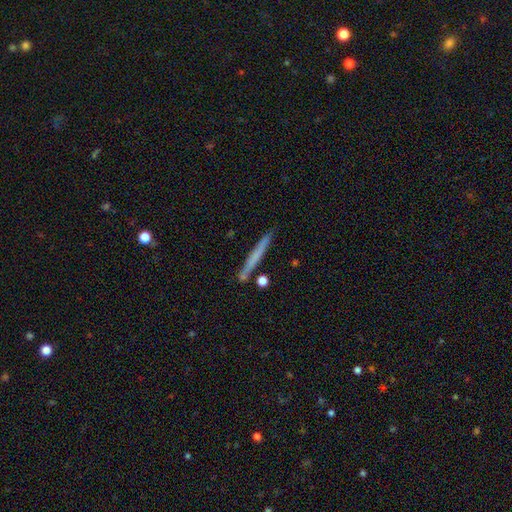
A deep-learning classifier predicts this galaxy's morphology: Q: Smooth or featured?
A: smooth (58%); runner-up: featured or disk (36%)
Q: How rounded?
A: cigar-shaped (96%); runner-up: in between (2%)
Q: Merging?
A: none (85%); runner-up: minor disturbance (9%)